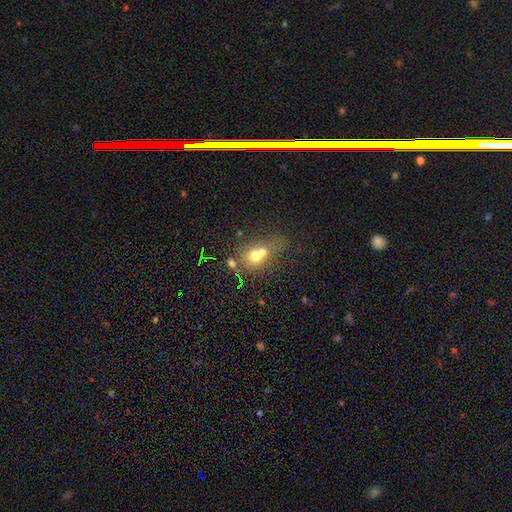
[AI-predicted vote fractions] Smooth or featured?
  - smooth: 61% *
  - featured or disk: 24%
  - star or artifact: 16%
How rounded?
  - round: 66% *
  - in between: 32%
  - cigar-shaped: 2%
Merging?
  - merger: 64% *
  - none: 23%
  - minor disturbance: 7%
  - major disturbance: 6%